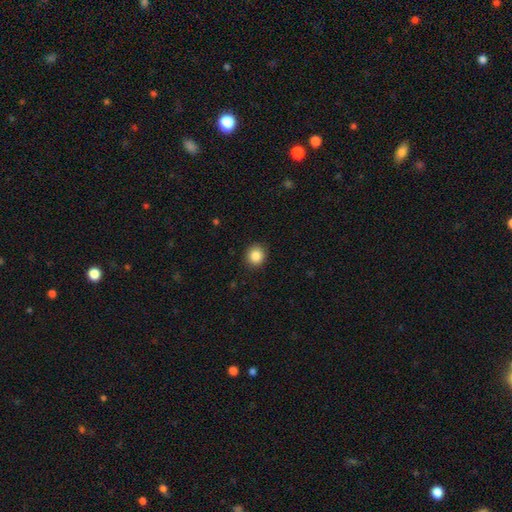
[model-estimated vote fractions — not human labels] This is clearly a smooth galaxy (86%). How rounded: clearly round (86%). Merging: clearly none (90%).